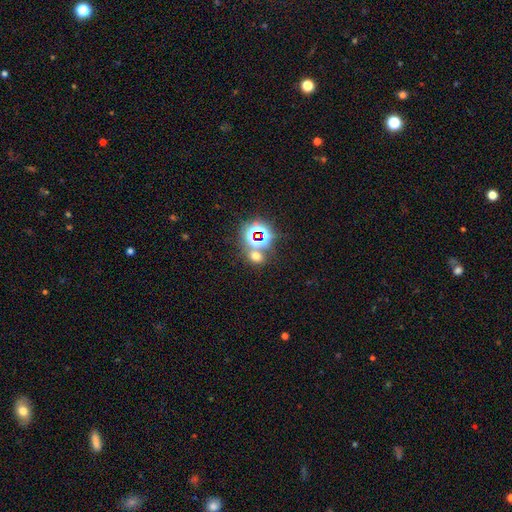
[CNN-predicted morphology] A smooth galaxy with no disk features (49%).

Vote fractions:
- Smooth or featured? smooth: 49% / star or artifact: 43% / featured or disk: 8%
- Merging? none: 64% / merger: 22% / minor disturbance: 9% / major disturbance: 5%